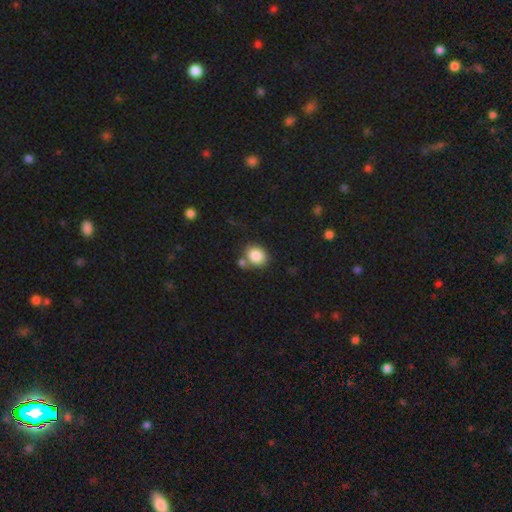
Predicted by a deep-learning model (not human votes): Smooth or featured: smooth — 86% (star or artifact — 9%)
How rounded: round — 64% (in between — 35%)
Merging: none — 65% (merger — 19%)